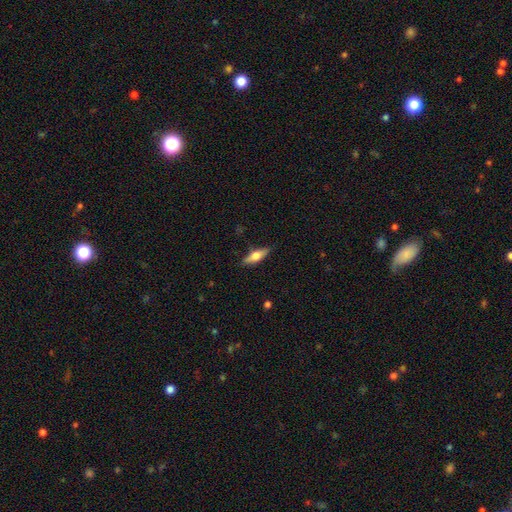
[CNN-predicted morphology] Overall: featured or disk (47%, tied with smooth). Merging: none (85%).